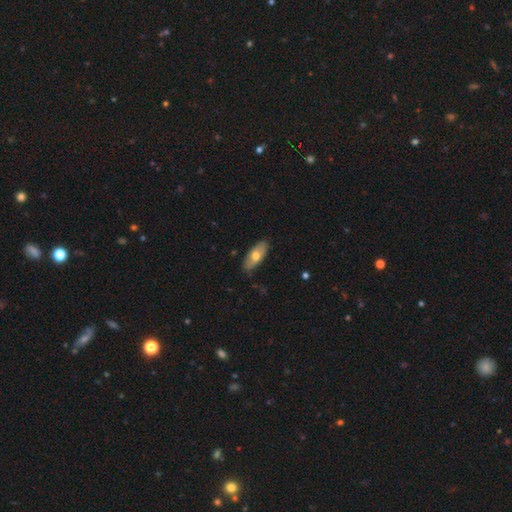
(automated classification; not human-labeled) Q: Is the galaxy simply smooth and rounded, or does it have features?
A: smooth — 66%.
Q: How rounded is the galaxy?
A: in between — 83%.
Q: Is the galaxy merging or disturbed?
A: none — 85%.